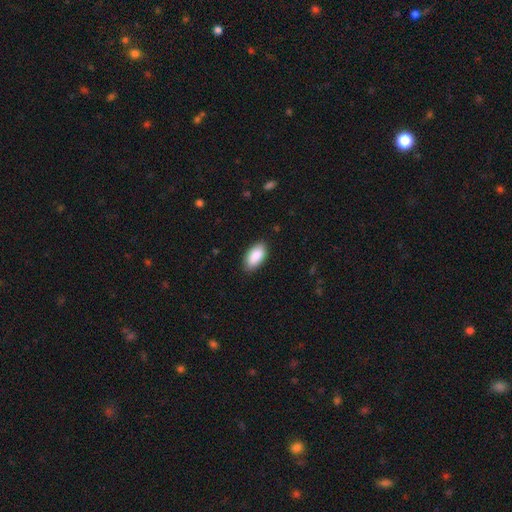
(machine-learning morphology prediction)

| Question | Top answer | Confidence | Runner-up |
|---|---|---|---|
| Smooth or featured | smooth | 89% | star or artifact (6%) |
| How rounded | in between | 94% | cigar-shaped (4%) |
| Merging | none | 85% | minor disturbance (12%) |